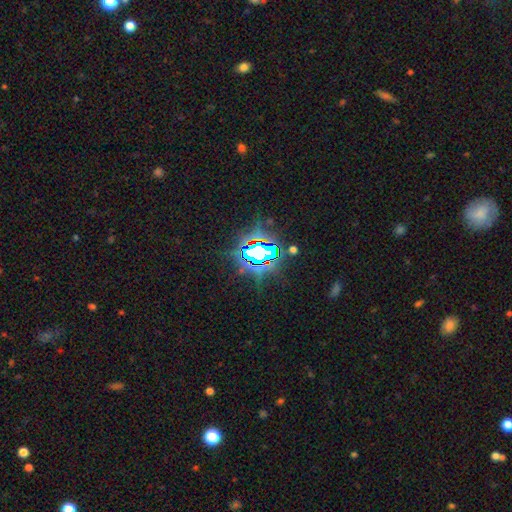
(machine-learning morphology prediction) Overall: star or artifact (75%).